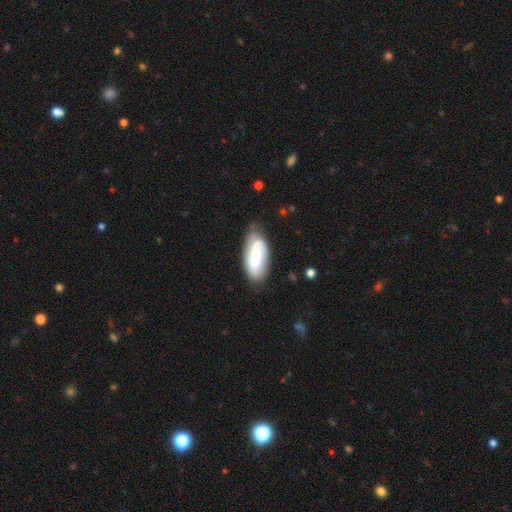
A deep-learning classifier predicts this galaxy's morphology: type=featured or disk (58%); edge-on=no (94%); bar=no (52%); spiral arms=yes (90%); bulge=small (43%); merging=none (71%).